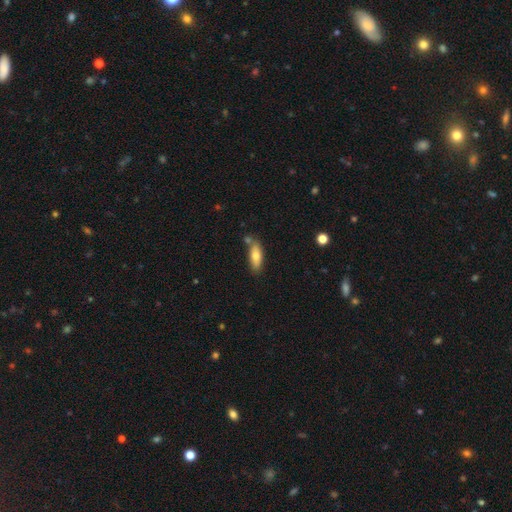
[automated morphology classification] A smooth galaxy with no disk features (74%) that is in between round and cigar-shaped (64%).

Vote fractions:
- Smooth or featured? smooth: 74% / featured or disk: 19% / star or artifact: 7%
- How rounded? in between: 64% / cigar-shaped: 33% / round: 2%
- Merging? none: 68% / minor disturbance: 16% / merger: 12% / major disturbance: 3%